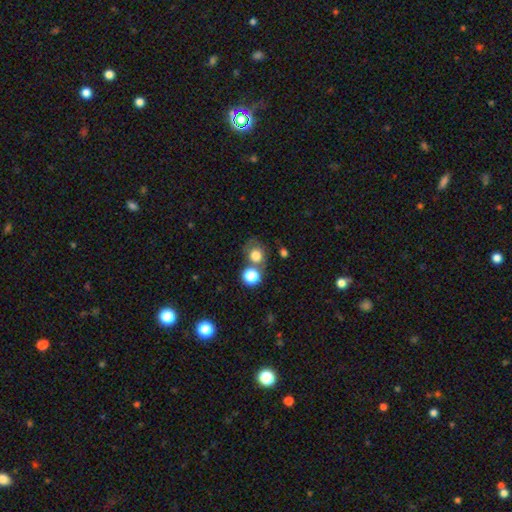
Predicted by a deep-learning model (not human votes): smooth 75%, featured or disk 13%, star or artifact 12%. Down the decision tree: how rounded — round (77%); merging — none (50%).